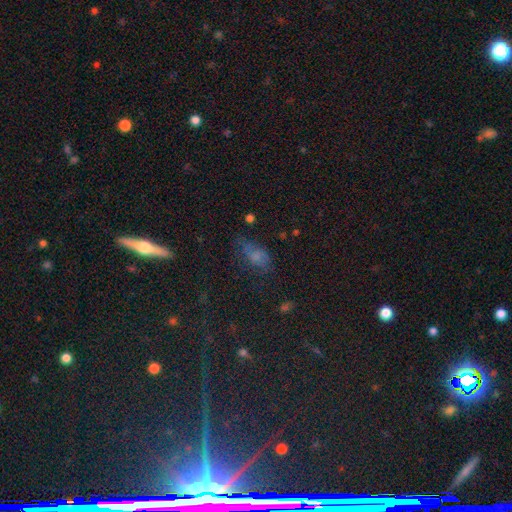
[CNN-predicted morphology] Overall: smooth (59%; star or artifact 23%). How rounded: in between (82%). Merging: none (52%; minor disturbance 28%).